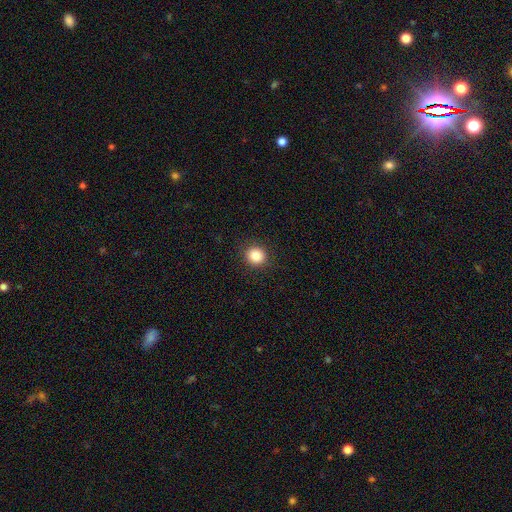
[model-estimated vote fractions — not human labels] Q: Smooth or featured?
A: smooth (85%); runner-up: star or artifact (10%)
Q: How rounded?
A: round (91%); runner-up: in between (8%)
Q: Merging?
A: none (91%); runner-up: minor disturbance (6%)